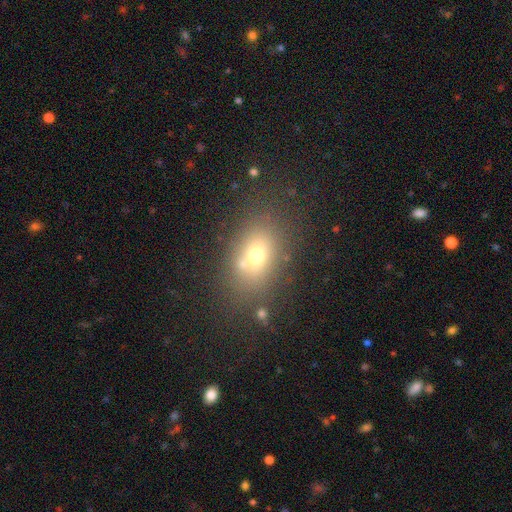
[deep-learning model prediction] Smooth or featured: smooth — 65% (featured or disk — 19%)
How rounded: in between — 68% (round — 31%)
Merging: none — 64% (merger — 16%)